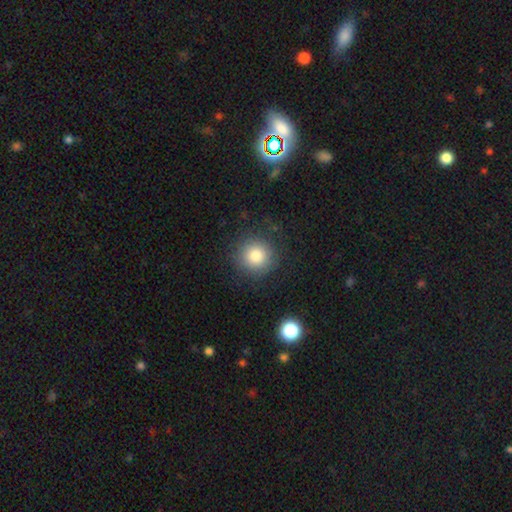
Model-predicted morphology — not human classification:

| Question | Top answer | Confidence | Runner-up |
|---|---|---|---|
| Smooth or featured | smooth | 82% | star or artifact (10%) |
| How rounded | round | 93% | in between (6%) |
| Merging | none | 85% | minor disturbance (9%) |